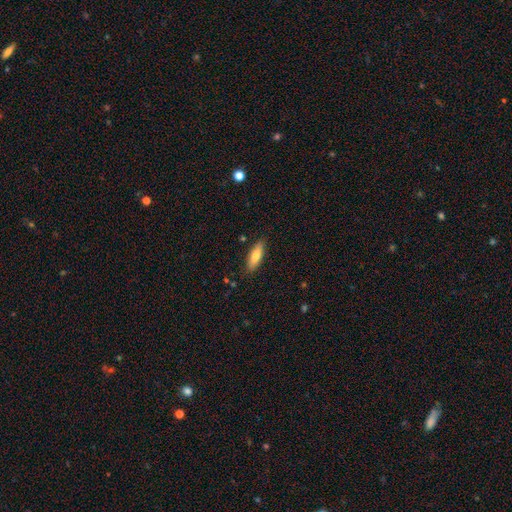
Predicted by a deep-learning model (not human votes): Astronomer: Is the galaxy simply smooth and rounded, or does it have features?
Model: smooth — 76%.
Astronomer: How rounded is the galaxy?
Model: in between — 55% (runner-up: cigar-shaped, 44%).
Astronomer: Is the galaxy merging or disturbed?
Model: none — 86%.